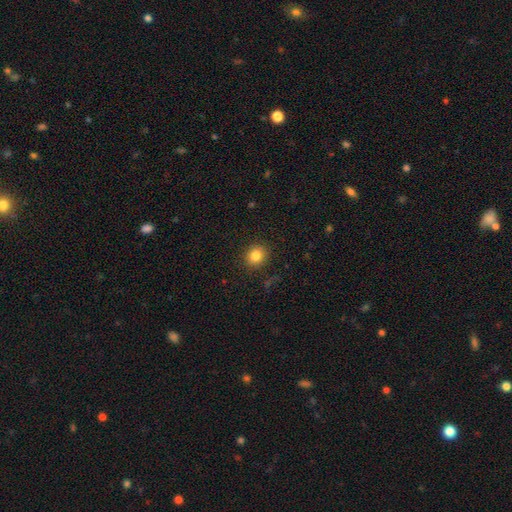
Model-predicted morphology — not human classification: smooth 83%, star or artifact 11%, featured or disk 6%. Down the decision tree: how rounded — round (73%); merging — none (89%).